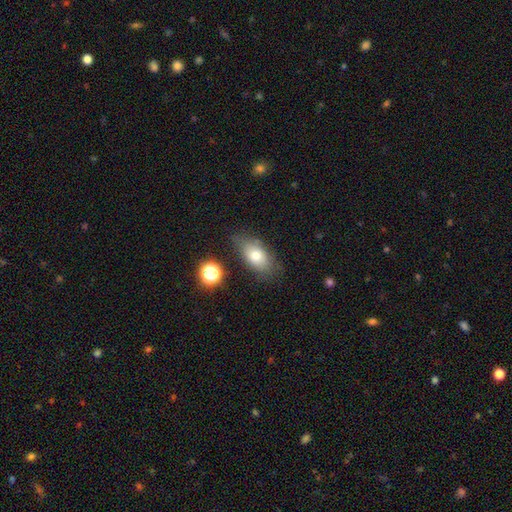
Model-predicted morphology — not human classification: The model was most divided on "merging": none: 71%, minor disturbance: 20%, major disturbance: 6%, merger: 4%. More confident: how rounded — in between (85%); smooth or featured — smooth (74%).